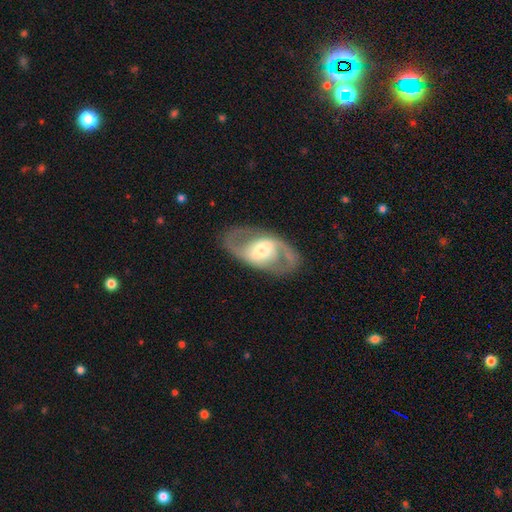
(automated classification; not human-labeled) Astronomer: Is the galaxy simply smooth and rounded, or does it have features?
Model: featured or disk — 82%.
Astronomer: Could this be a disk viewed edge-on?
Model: no — 94%.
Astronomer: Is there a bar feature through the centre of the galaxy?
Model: weak — 40% (runner-up: no, 32%).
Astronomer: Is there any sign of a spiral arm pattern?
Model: yes — 83%.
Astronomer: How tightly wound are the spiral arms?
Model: medium — 54%.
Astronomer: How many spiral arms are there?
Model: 2 — 89%.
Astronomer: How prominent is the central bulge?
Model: moderate — 57%.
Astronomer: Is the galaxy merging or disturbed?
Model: none — 83%.